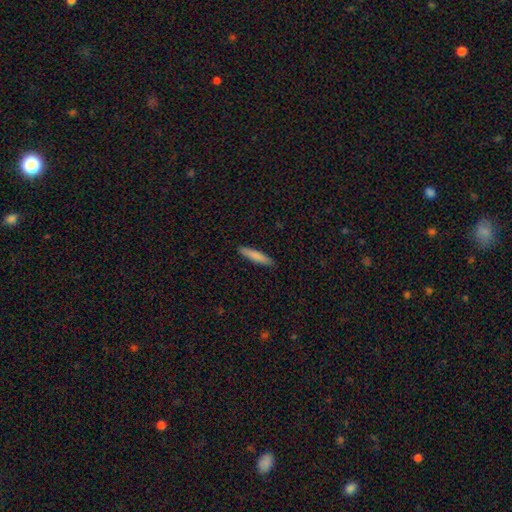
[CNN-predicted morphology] Overall: smooth (82%). How rounded: cigar-shaped (87%). Merging: none (90%).